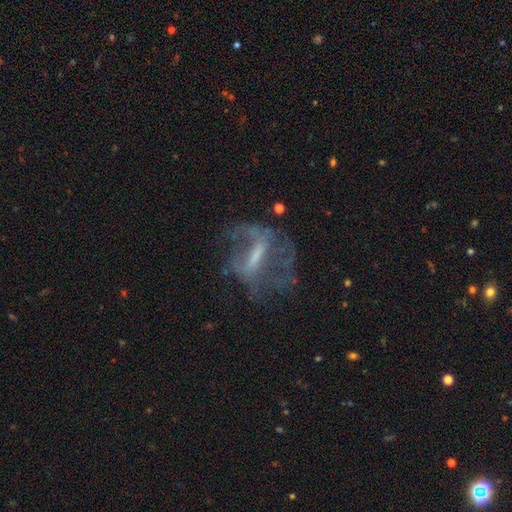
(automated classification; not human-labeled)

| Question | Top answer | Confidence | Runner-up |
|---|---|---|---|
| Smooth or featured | featured or disk | 71% | smooth (18%) |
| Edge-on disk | no | 90% | yes (10%) |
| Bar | strong | 49% | weak (35%) |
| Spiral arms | yes | 57% | no (43%) |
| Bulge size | small | 33% | moderate (30%) |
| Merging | none | 47% | major disturbance (31%) |